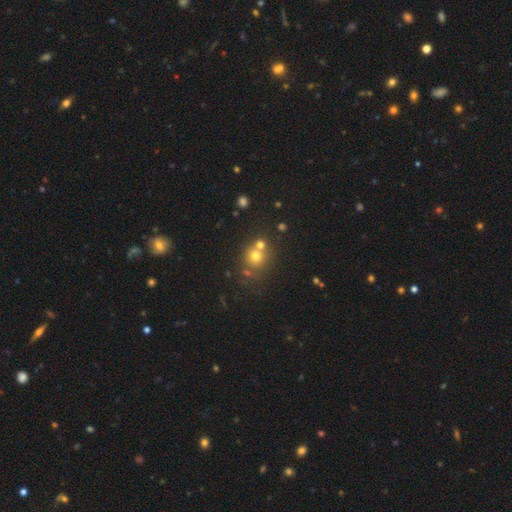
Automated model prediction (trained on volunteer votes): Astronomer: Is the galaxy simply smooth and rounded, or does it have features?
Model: smooth — 67%.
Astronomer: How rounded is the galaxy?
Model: round — 85%.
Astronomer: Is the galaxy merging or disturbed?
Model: none — 55% (runner-up: merger, 32%).